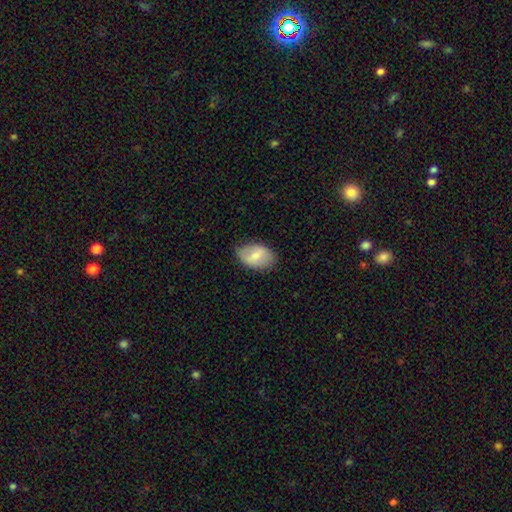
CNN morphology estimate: This is likely a smooth galaxy (68%). How rounded: clearly in between (89%). Merging: likely none (77%).